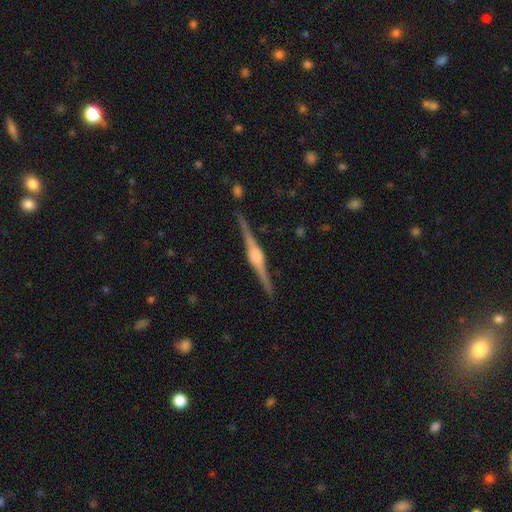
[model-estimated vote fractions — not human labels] Smooth or featured? featured or disk (87%)
Edge-on disk? yes (99%)
Edge-on bulge? rounded (82%)
Merging? none (90%)